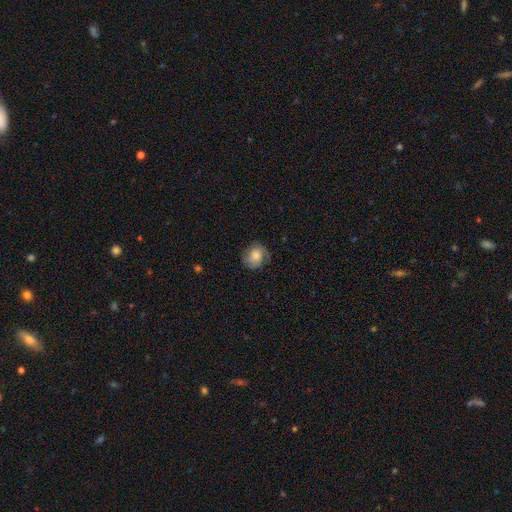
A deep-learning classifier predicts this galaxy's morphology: Smooth or featured? smooth (53%)
How rounded? round (75%)
Merging? none (70%)